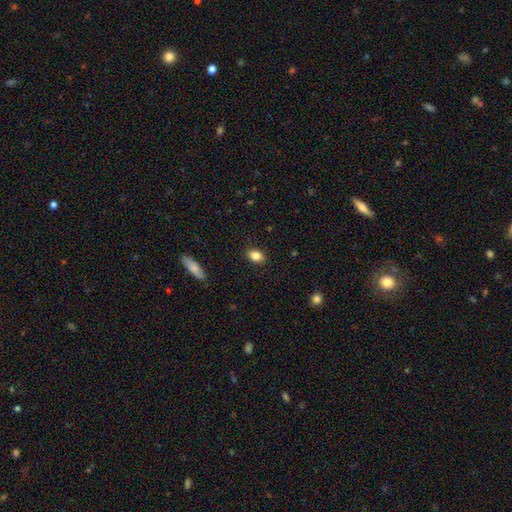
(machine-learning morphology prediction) Overall: smooth (84%). How rounded: in between (80%). Merging: none (88%).